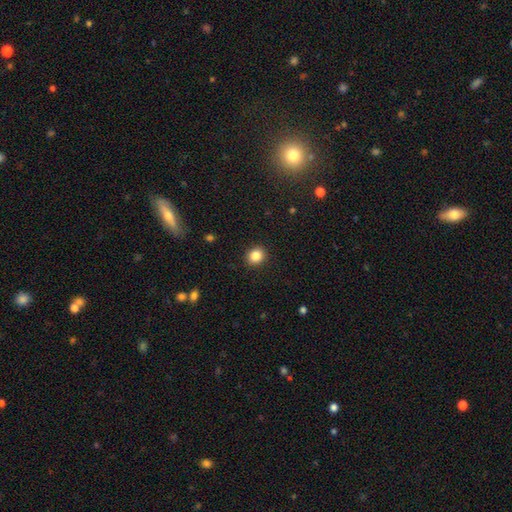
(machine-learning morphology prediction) This appears to be a smooth galaxy with no disk features (85%) that is round (77%). Merging: none (92%).